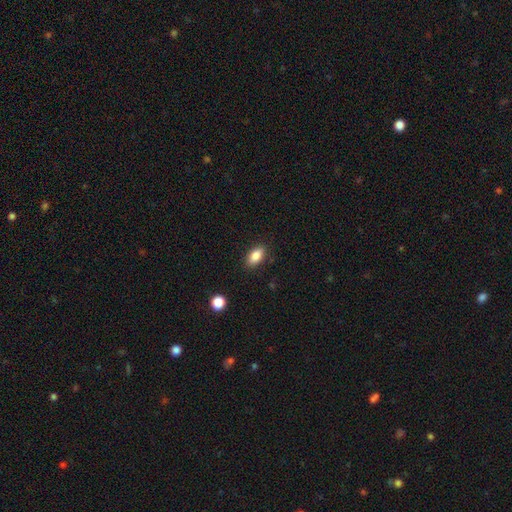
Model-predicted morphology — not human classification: Q: Smooth or featured?
A: smooth (86%); runner-up: star or artifact (8%)
Q: How rounded?
A: in between (90%); runner-up: round (6%)
Q: Merging?
A: none (87%); runner-up: minor disturbance (10%)